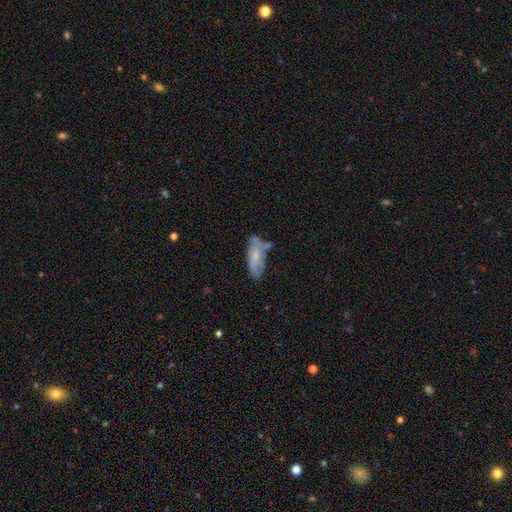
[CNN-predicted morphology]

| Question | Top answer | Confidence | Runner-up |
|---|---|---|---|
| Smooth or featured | smooth | 56% | featured or disk (37%) |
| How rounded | in between | 76% | cigar-shaped (21%) |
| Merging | none | 43% | minor disturbance (30%) |